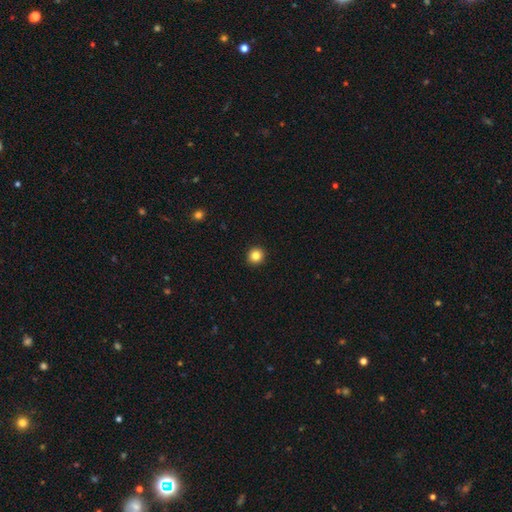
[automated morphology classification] This appears to be a smooth galaxy with no disk features (84%) that is round (94%). Merging: none (94%).